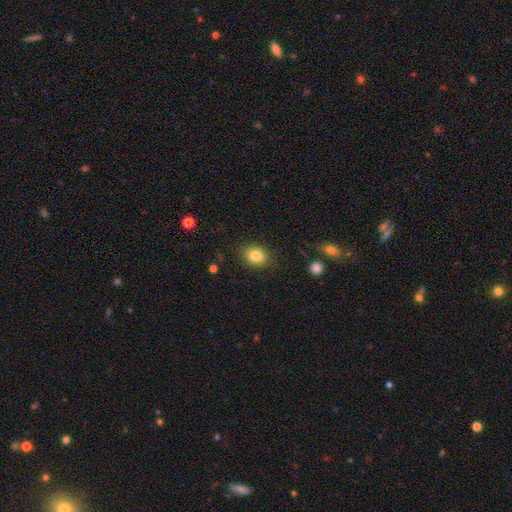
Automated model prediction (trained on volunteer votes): Smooth or featured: smooth — 83% (star or artifact — 10%)
How rounded: in between — 53% (round — 46%)
Merging: none — 86% (minor disturbance — 10%)